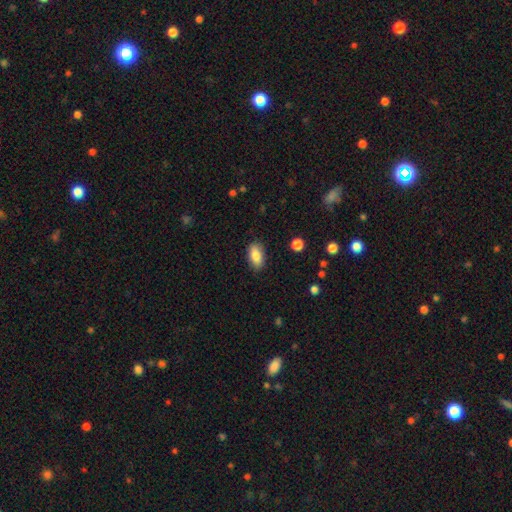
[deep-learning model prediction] Smooth or featured? Predicted: smooth (p=0.84). How rounded? Predicted: in between (p=0.91). Merging? Predicted: none (p=0.86).